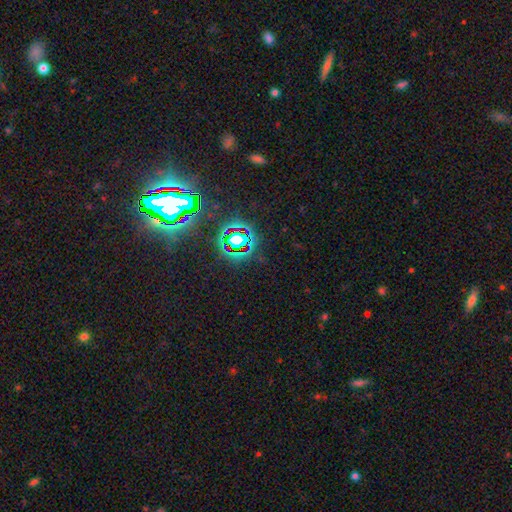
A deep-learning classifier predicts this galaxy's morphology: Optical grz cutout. It shows a star or artifact, not a galaxy (82%).